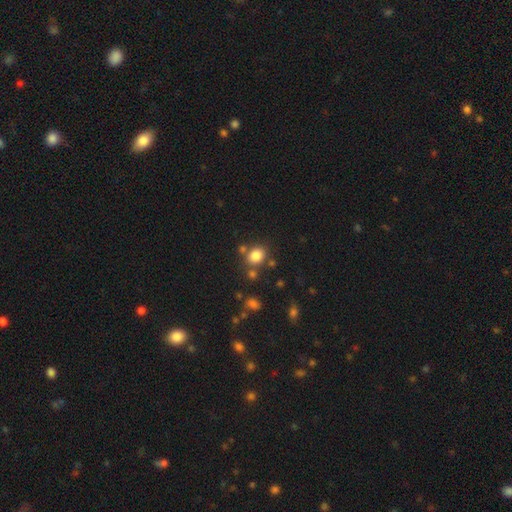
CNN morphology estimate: type=smooth (82%); roundness=round (60%); merging=none (70%).